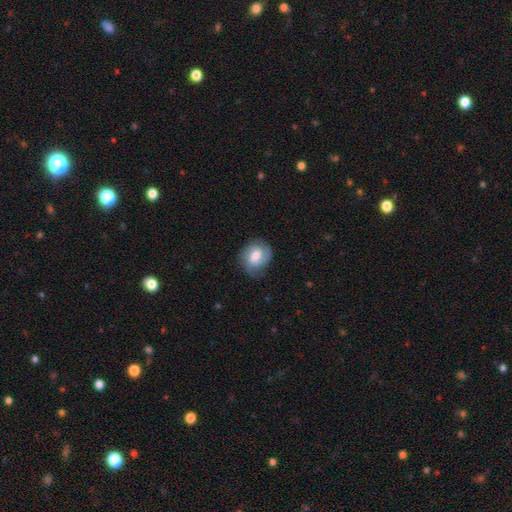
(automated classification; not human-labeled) Q: Smooth or featured?
A: featured or disk (47%); runner-up: smooth (46%)
Q: Merging?
A: none (69%); runner-up: minor disturbance (22%)